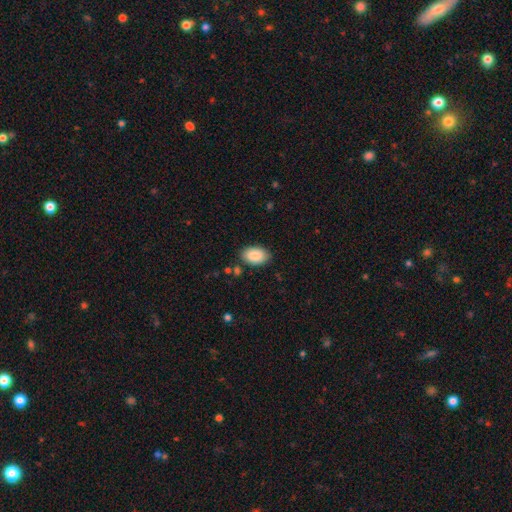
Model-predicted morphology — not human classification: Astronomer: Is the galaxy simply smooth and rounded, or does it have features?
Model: smooth — 90%.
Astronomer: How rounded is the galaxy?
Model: in between — 93%.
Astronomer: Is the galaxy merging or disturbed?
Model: none — 84%.